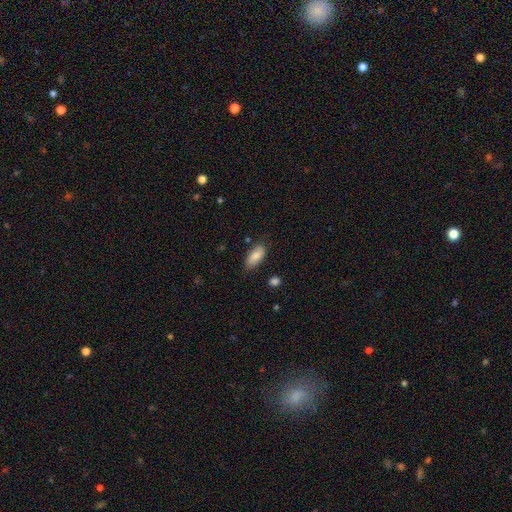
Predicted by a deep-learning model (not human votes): Q: Smooth or featured?
A: smooth (85%); runner-up: featured or disk (8%)
Q: How rounded?
A: in between (90%); runner-up: cigar-shaped (8%)
Q: Merging?
A: none (79%); runner-up: minor disturbance (16%)